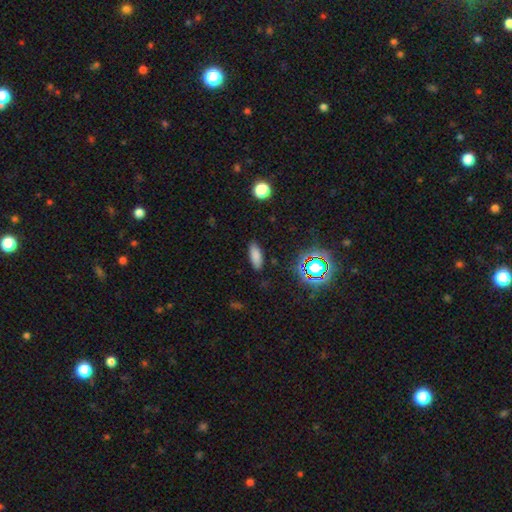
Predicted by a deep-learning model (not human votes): Smooth or featured: smooth — 79% (star or artifact — 14%)
How rounded: in between — 73% (cigar-shaped — 24%)
Merging: none — 86% (minor disturbance — 10%)